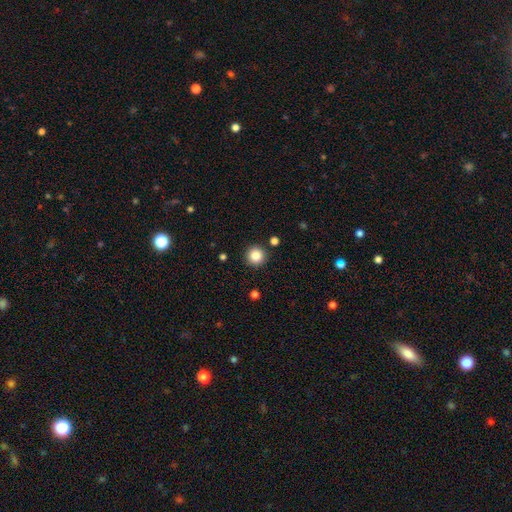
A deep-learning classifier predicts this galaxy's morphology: smooth 85%, star or artifact 10%, featured or disk 5%. Down the decision tree: how rounded — round (96%); merging — none (91%).